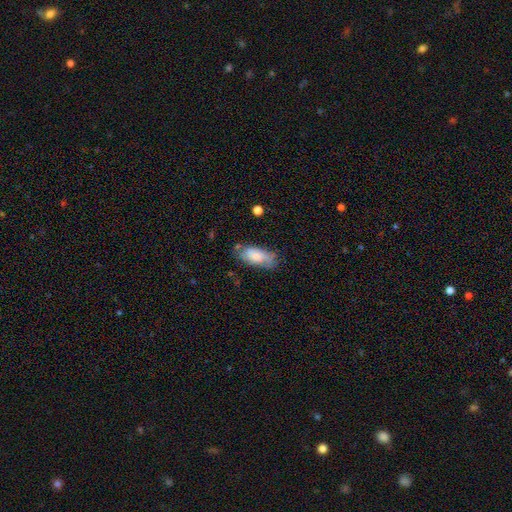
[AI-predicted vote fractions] Q: Smooth or featured?
A: smooth (70%); runner-up: featured or disk (23%)
Q: How rounded?
A: in between (86%); runner-up: cigar-shaped (12%)
Q: Merging?
A: none (61%); runner-up: minor disturbance (28%)